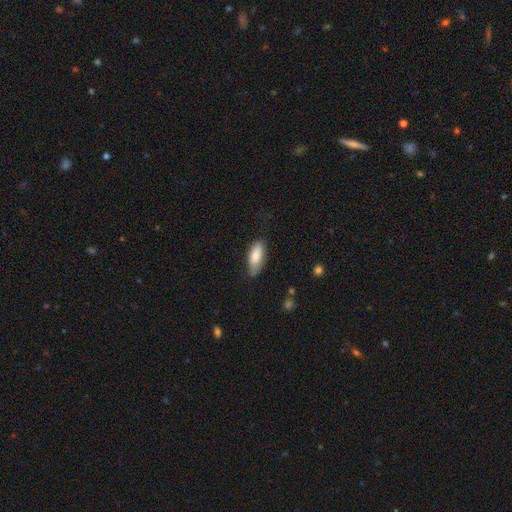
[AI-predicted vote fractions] A smooth galaxy with no disk features (83%) that is in between round and cigar-shaped (76%).

Vote fractions:
- Smooth or featured? smooth: 83% / featured or disk: 11% / star or artifact: 6%
- How rounded? in between: 76% / cigar-shaped: 22% / round: 2%
- Merging? none: 68% / minor disturbance: 25% / major disturbance: 5% / merger: 1%